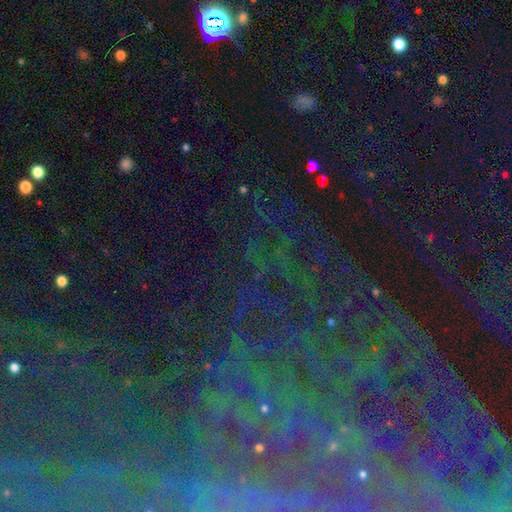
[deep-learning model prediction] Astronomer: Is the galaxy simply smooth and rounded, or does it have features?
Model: star or artifact — 72%.